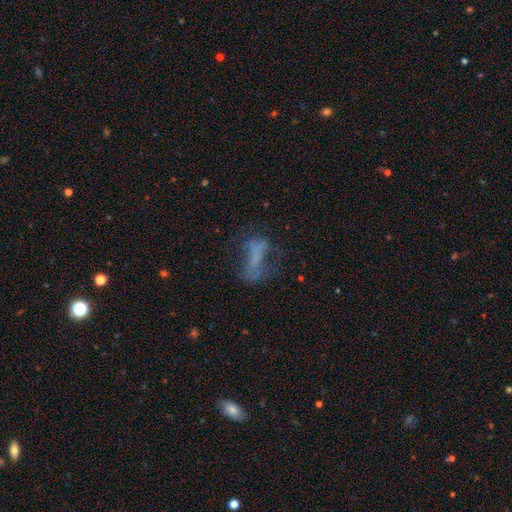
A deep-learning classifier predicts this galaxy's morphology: This is marginally a featured or disk galaxy (44%). Merging: marginally none (39%).